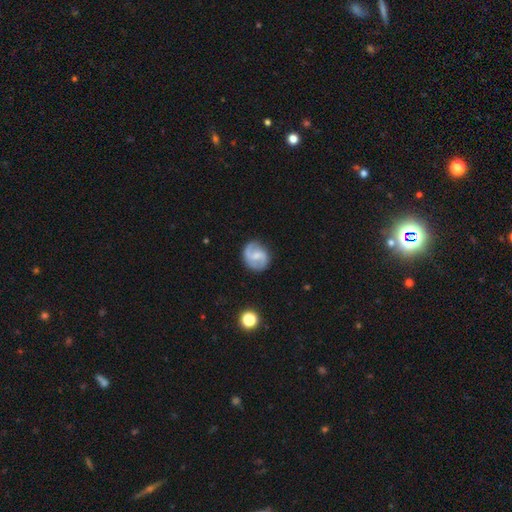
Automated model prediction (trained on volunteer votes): Smooth or featured: featured or disk — 80% (smooth — 14%)
Edge-on disk: no — 98% (yes — 2%)
Bar: weak — 55% (no — 30%)
Spiral arms: yes — 95% (no — 5%)
Spiral winding: medium — 49% (loose — 30%)
Spiral arm count: 2 — 89% (can't tell — 4%)
Bulge size: small — 44% (moderate — 34%)
Merging: none — 80% (minor disturbance — 14%)